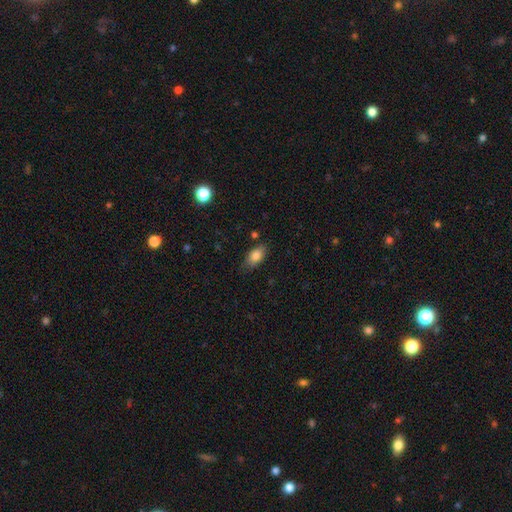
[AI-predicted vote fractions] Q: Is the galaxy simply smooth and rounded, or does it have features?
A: smooth — 82%.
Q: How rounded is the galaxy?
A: in between — 88%.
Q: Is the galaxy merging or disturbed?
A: none — 78%.